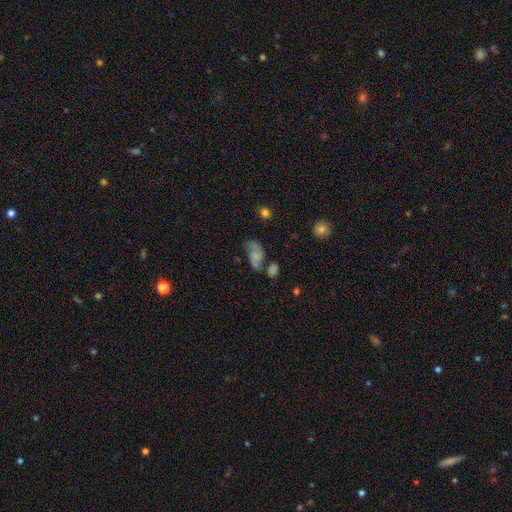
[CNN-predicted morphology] A smooth galaxy with no disk features (54%) that is in between round and cigar-shaped (89%). Merging: none (30%).